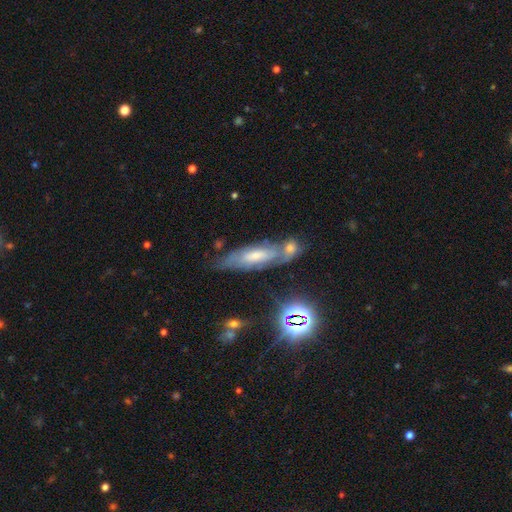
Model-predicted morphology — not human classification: Overall: featured or disk (50%; smooth 32%). Merging: none (54%; minor disturbance 20%).